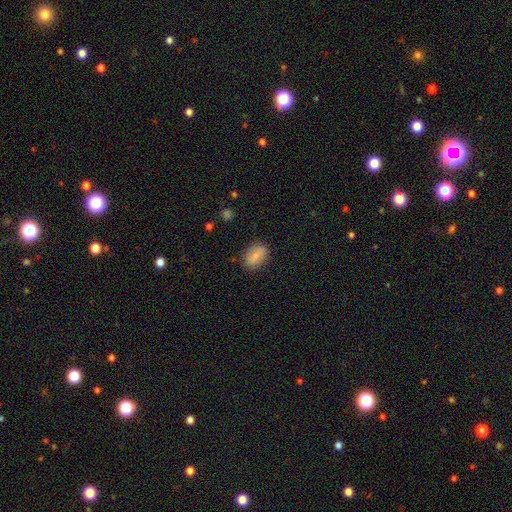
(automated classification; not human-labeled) Morphology: type=smooth (71%); roundness=in between (79%); merging=none (81%).